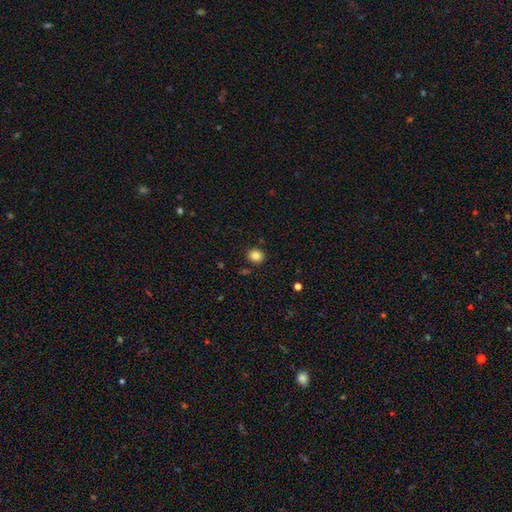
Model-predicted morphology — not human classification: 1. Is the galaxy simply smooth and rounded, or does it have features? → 84% smooth, 11% star or artifact, 5% featured or disk.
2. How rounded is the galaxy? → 73% round, 27% in between, 1% cigar-shaped.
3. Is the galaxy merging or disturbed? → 88% none, 8% minor disturbance, 2% merger, 2% major disturbance.